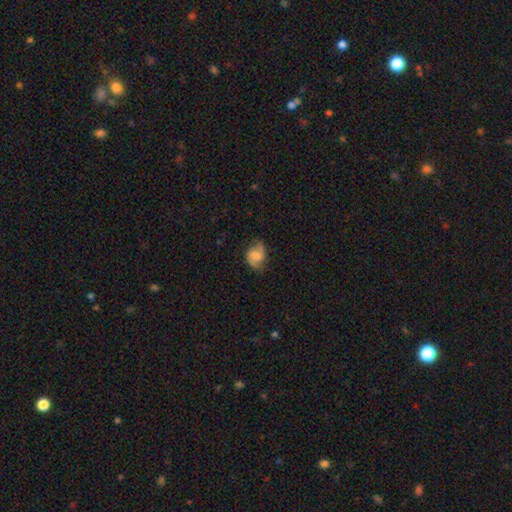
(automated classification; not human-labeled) This is possibly a smooth galaxy (46%). Merging: likely none (64%).